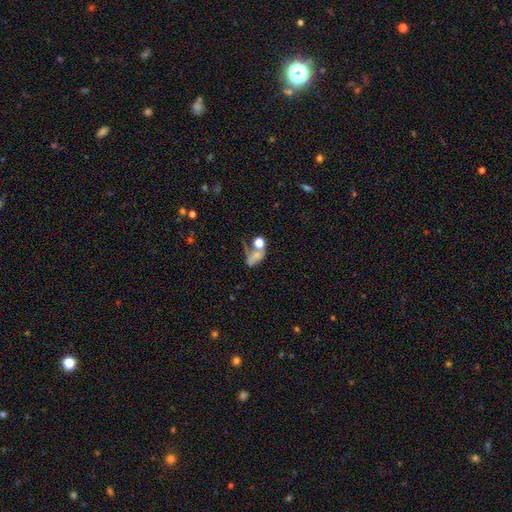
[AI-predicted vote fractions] smooth-or-featured: smooth: 57% | featured or disk: 26% | star or artifact: 17%
  how-rounded: in between: 69% | round: 26% | cigar-shaped: 5%
  merging: merger: 36% | major disturbance: 29% | none: 21% | minor disturbance: 13%